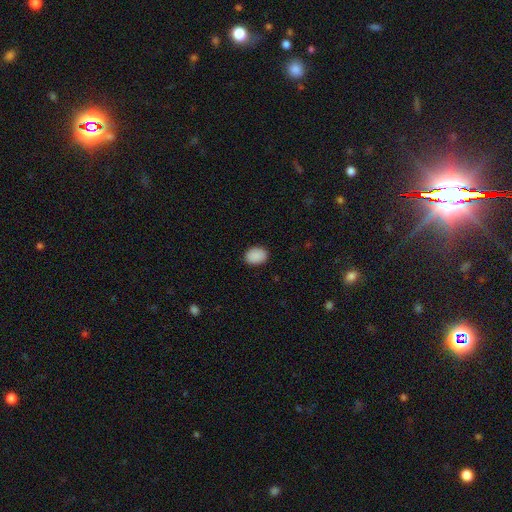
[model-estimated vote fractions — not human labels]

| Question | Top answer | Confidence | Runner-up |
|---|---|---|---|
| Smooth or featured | smooth | 90% | star or artifact (8%) |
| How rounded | in between | 70% | round (30%) |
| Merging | none | 89% | minor disturbance (8%) |